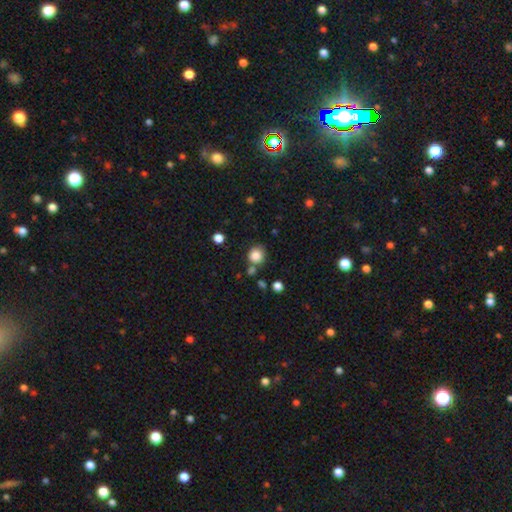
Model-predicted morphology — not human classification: type=smooth (85%); roundness=round (87%); merging=none (72%).